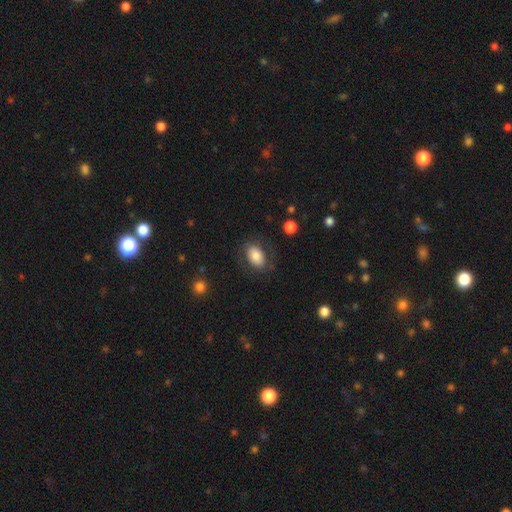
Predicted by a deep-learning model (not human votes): A smooth galaxy with no disk features (78%) that is in between round and cigar-shaped (85%). Merging: none (76%).